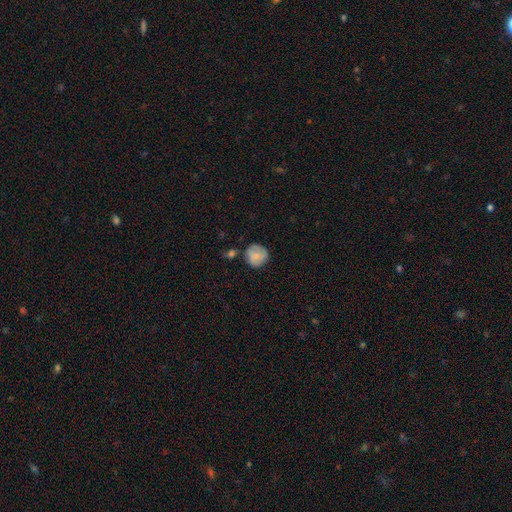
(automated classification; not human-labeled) This is likely a smooth galaxy (79%). How rounded: clearly round (89%). Merging: likely none (68%).